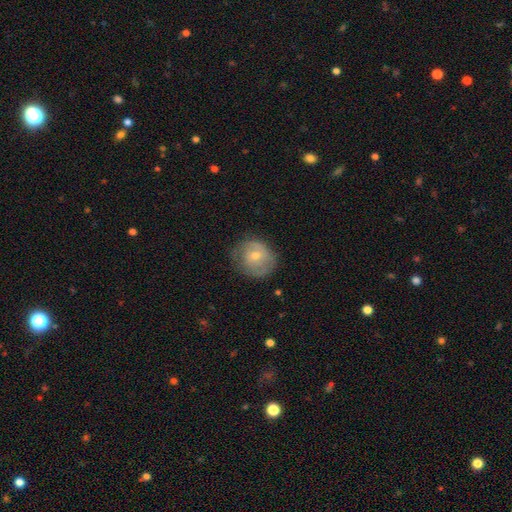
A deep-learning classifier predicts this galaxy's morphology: The model was most divided on "bulge size": moderate: 53%, small: 42%, large: 2%, none: 2%, dominant: 1%. More confident: edge-on disk — no (97%); spiral arms — yes (76%); merging — none (70%); bar — no (57%); smooth or featured — featured or disk (53%).